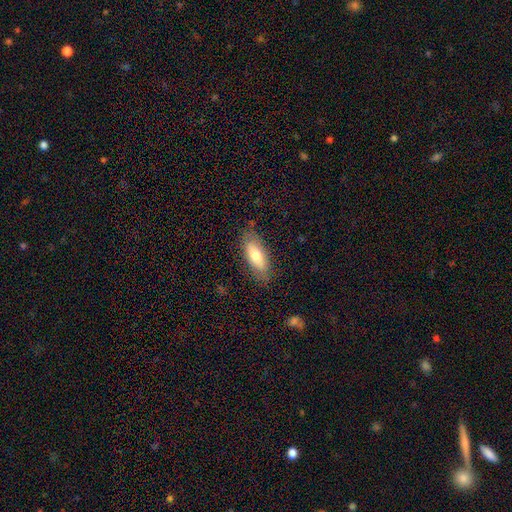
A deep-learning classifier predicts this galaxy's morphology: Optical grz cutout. It shows a smooth galaxy with no disk features (74%) that is in between round and cigar-shaped (75%). Merging: none (81%).